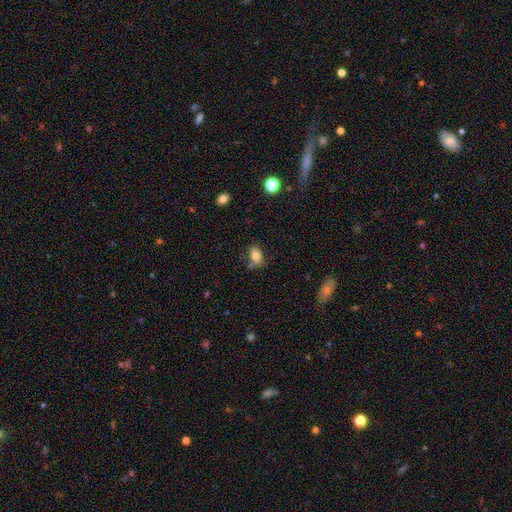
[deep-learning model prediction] Smooth or featured: smooth — 79% (featured or disk — 12%)
How rounded: in between — 83% (round — 14%)
Merging: none — 68% (minor disturbance — 17%)